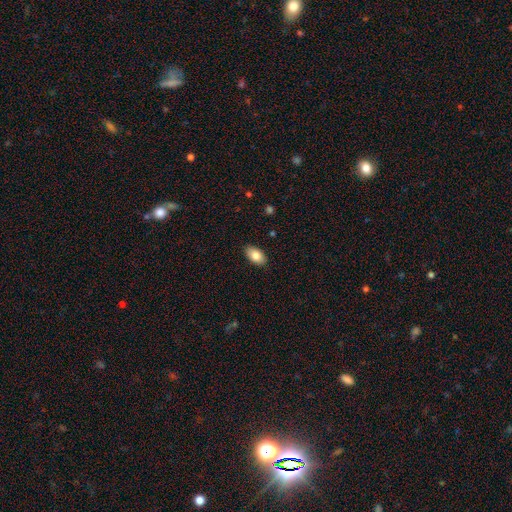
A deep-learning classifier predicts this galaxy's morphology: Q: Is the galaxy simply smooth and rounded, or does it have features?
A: smooth — 84%.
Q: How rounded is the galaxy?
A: in between — 93%.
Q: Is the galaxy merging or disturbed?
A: none — 88%.